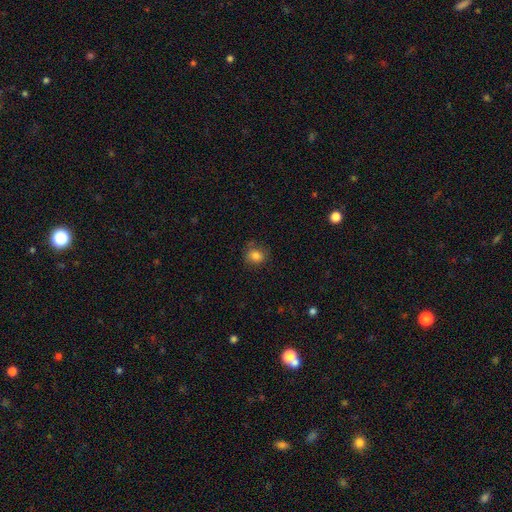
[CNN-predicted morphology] The model was most divided on "how rounded": round: 76%, in between: 23%, cigar-shaped: 1%. More confident: smooth or featured — smooth (80%); merging — none (77%).